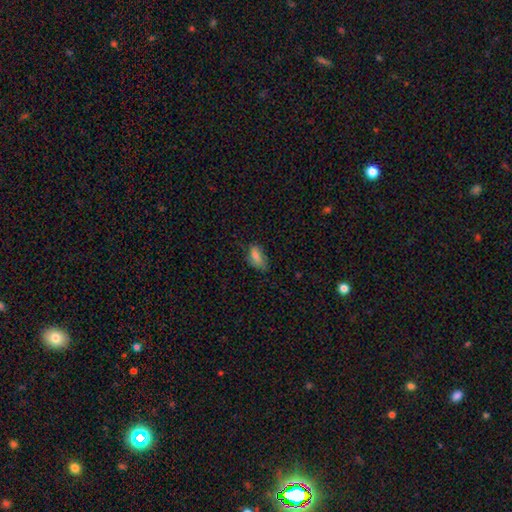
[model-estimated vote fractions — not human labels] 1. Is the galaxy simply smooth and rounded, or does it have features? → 79% smooth, 11% featured or disk, 10% star or artifact.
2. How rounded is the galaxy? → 86% in between, 9% cigar-shaped, 5% round.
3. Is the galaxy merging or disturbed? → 60% none, 29% minor disturbance, 10% major disturbance, 2% merger.